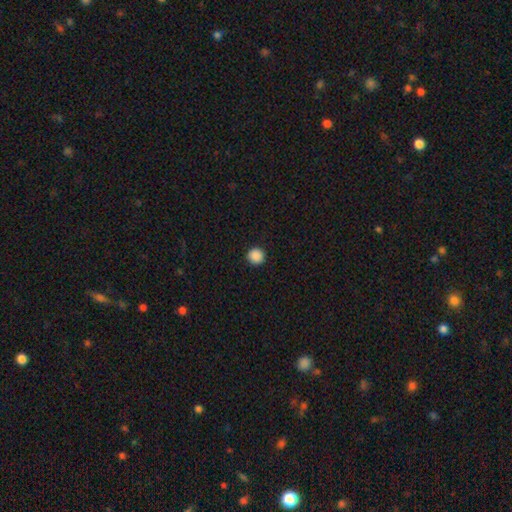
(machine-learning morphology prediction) This appears to be a smooth galaxy with no disk features (88%) that is round (95%). Merging: none (93%).